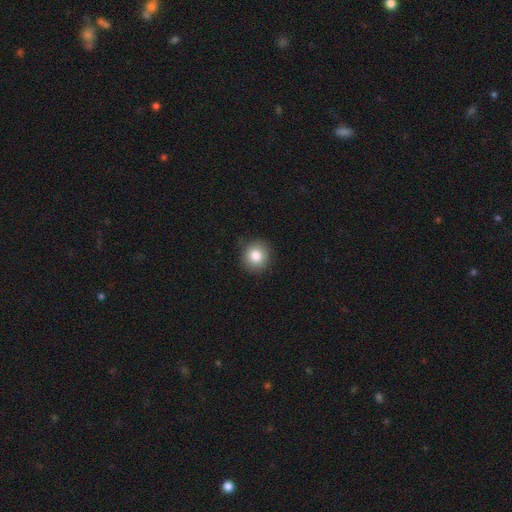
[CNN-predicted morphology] smooth-or-featured: smooth: 83% | star or artifact: 10% | featured or disk: 7%
  how-rounded: round: 89% | in between: 10% | cigar-shaped: 1%
  merging: none: 88% | minor disturbance: 9% | major disturbance: 2% | merger: 1%